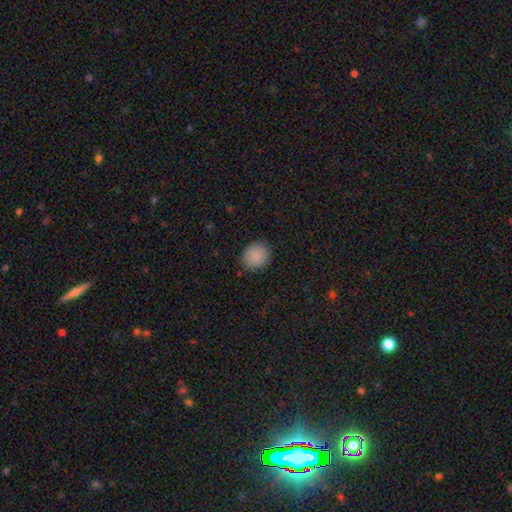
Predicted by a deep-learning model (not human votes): Smooth or featured? smooth (88%)
How rounded? round (80%)
Merging? none (88%)